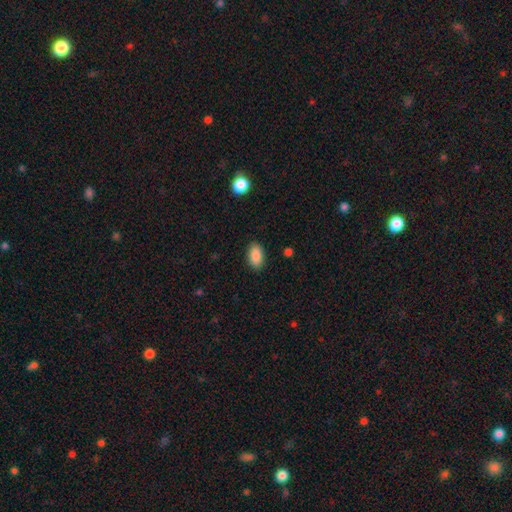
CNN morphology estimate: Smooth or featured? Predicted: smooth (p=0.89). How rounded? Predicted: in between (p=0.93). Merging? Predicted: none (p=0.88).